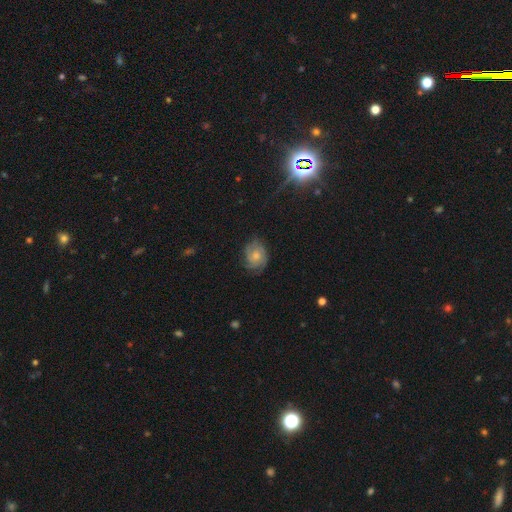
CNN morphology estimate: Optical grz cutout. It shows a featured or disk galaxy (73%) with no bar (75%), 3 (33%) tight (60%) spiral arms (95%) and a moderate central bulge (52%). Merging: none (74%).